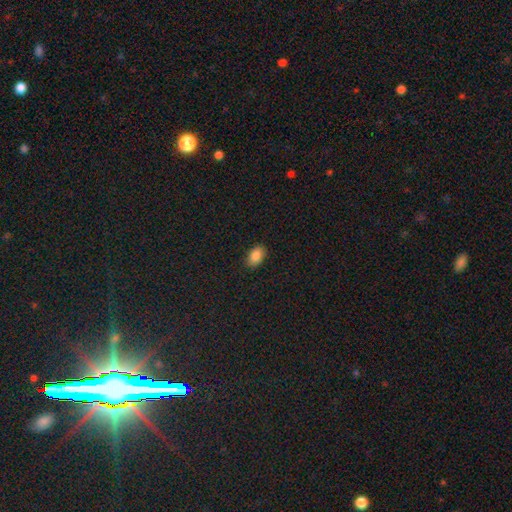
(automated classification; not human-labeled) The model was most divided on "merging": none: 88%, minor disturbance: 9%, major disturbance: 2%, merger: 1%. More confident: how rounded — in between (89%); smooth or featured — smooth (87%).